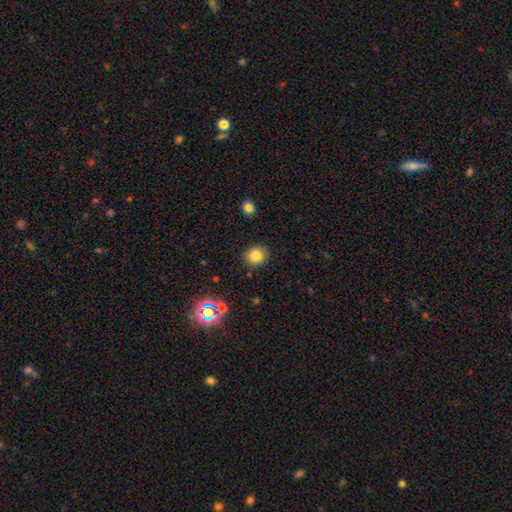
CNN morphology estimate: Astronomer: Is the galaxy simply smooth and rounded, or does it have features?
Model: smooth — 82%.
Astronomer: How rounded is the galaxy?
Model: round — 82%.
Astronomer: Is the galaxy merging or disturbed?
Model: none — 89%.